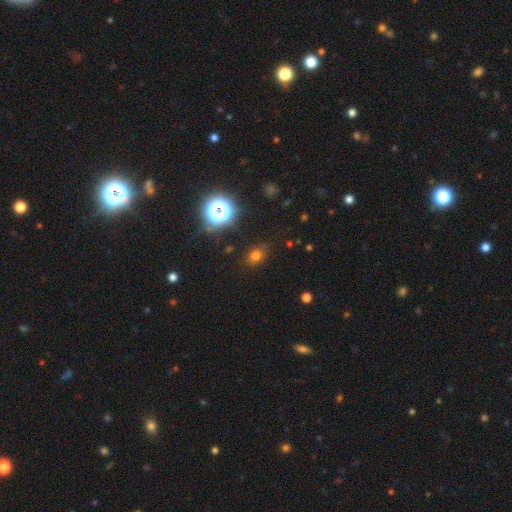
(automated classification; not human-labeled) The model was most divided on "how rounded": round: 53%, in between: 46%, cigar-shaped: 1%. More confident: merging — none (81%); smooth or featured — smooth (69%).